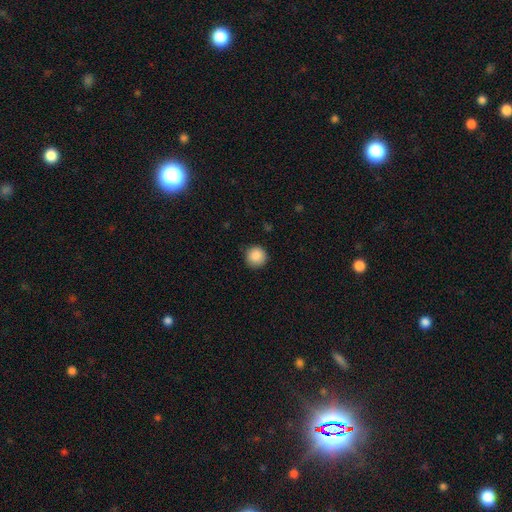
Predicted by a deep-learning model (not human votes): A smooth galaxy with no disk features (88%) that is round (95%).

Vote fractions:
- Smooth or featured? smooth: 88% / star or artifact: 8% / featured or disk: 3%
- How rounded? round: 95% / in between: 4% / cigar-shaped: 1%
- Merging? none: 89% / minor disturbance: 8% / major disturbance: 2% / merger: 1%